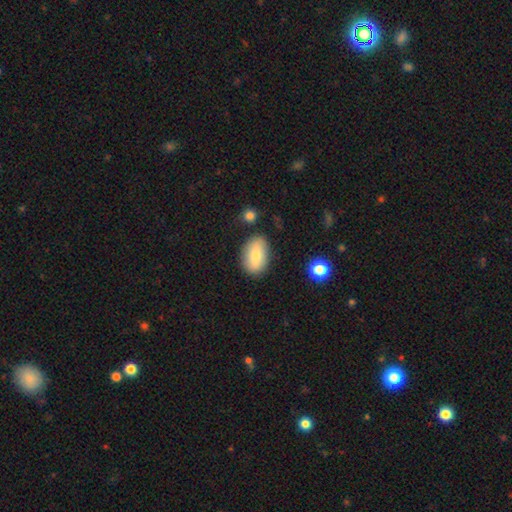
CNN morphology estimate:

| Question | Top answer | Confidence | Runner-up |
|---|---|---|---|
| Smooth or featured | smooth | 78% | featured or disk (15%) |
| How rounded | in between | 91% | round (7%) |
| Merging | none | 81% | minor disturbance (13%) |